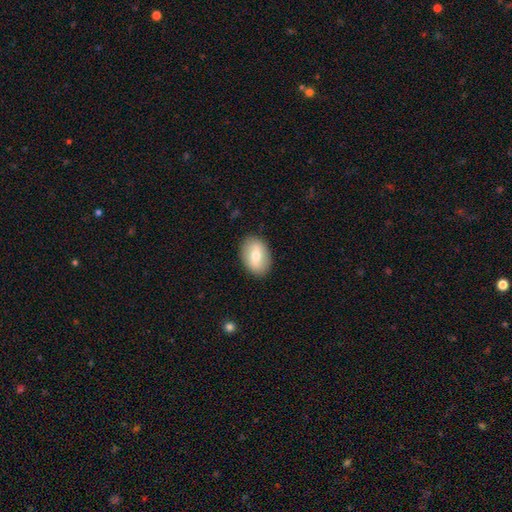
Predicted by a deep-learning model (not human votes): This appears to be a smooth galaxy with no disk features (65%) that is in between round and cigar-shaped (85%). Merging: none (87%).